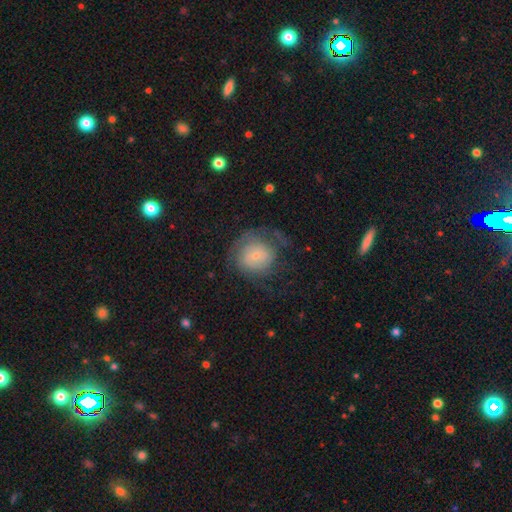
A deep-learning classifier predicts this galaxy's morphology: Smooth or featured? Predicted: featured or disk (p=0.55). Edge-on disk? Predicted: no (p=0.97). Bar? Predicted: no (p=0.69). Spiral arms? Predicted: yes (p=0.79). Bulge size? Predicted: small (p=0.73). Merging? Predicted: none (p=0.54).